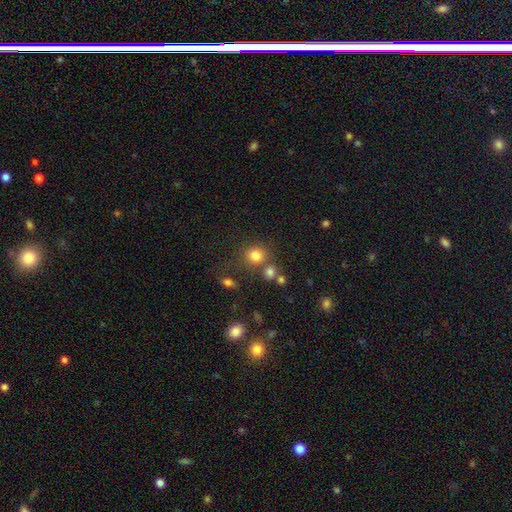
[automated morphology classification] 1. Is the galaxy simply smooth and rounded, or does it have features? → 79% smooth, 14% star or artifact, 7% featured or disk.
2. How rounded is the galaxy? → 86% round, 13% in between, 1% cigar-shaped.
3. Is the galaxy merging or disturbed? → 69% none, 16% merger, 10% minor disturbance, 5% major disturbance.